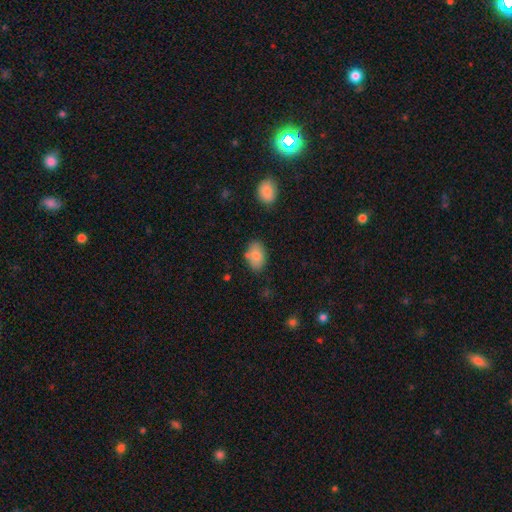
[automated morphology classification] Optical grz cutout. It shows a smooth galaxy with no disk features (82%) that is in between round and cigar-shaped (89%). Merging: none (74%).